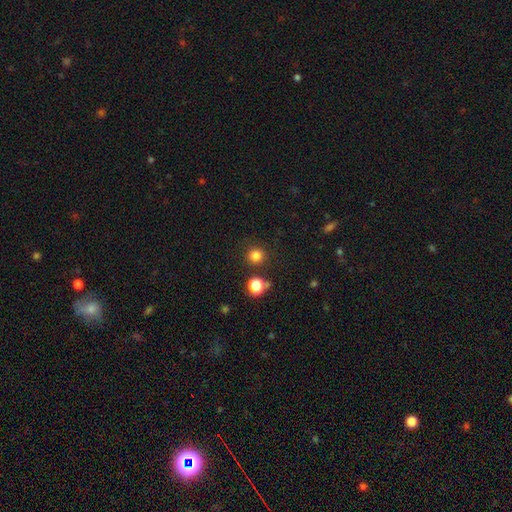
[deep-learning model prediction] A smooth galaxy with no disk features (80%) that is round (93%).

Vote fractions:
- Smooth or featured? smooth: 80% / star or artifact: 15% / featured or disk: 4%
- How rounded? round: 93% / in between: 6% / cigar-shaped: 1%
- Merging? none: 87% / minor disturbance: 6% / merger: 4% / major disturbance: 3%